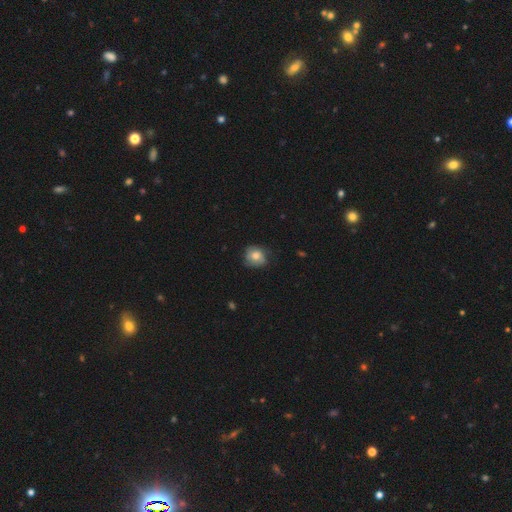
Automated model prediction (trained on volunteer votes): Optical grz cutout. It shows a smooth galaxy with no disk features (67%) that is round (75%). Merging: none (63%).